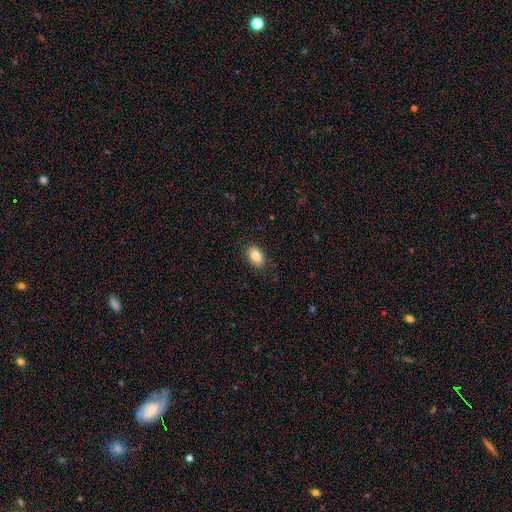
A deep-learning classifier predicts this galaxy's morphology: This appears to be a smooth galaxy with no disk features (85%) that is in between round and cigar-shaped (89%). Merging: none (87%).